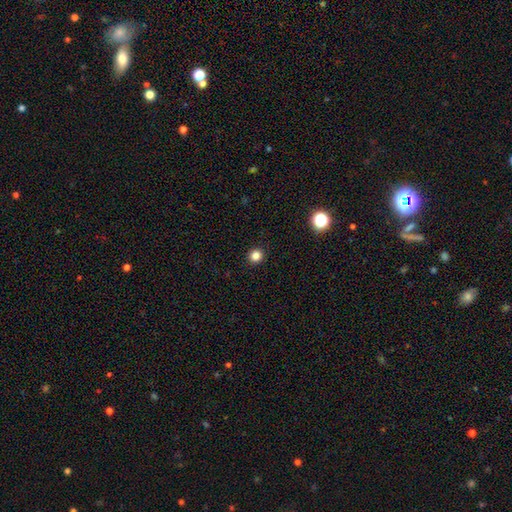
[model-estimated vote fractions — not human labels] Smooth or featured?
  - smooth: 83% *
  - star or artifact: 14%
  - featured or disk: 4%
How rounded?
  - round: 92% *
  - in between: 7%
  - cigar-shaped: 1%
Merging?
  - none: 93% *
  - minor disturbance: 4%
  - major disturbance: 2%
  - merger: 1%